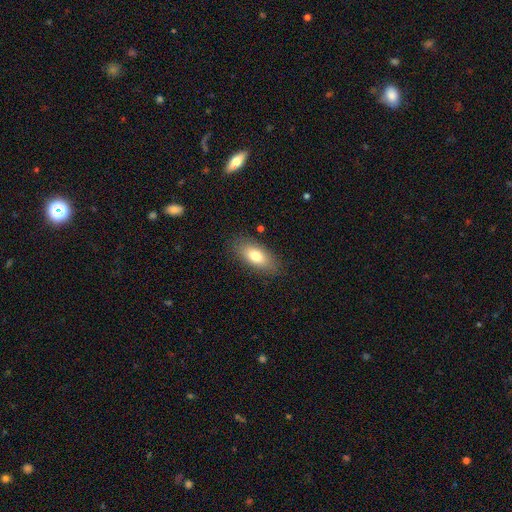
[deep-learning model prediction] Smooth or featured? smooth (76%)
How rounded? in between (84%)
Merging? none (85%)